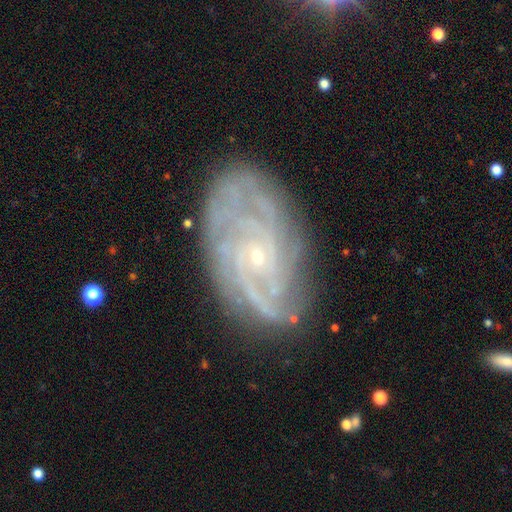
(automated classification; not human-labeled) smooth-or-featured: featured or disk: 84% | smooth: 8% | star or artifact: 8%
  disk-edge-on: no: 96% | yes: 4%
    bar: no: 75% | weak: 20% | strong: 5%
    has-spiral-arms: yes: 96% | no: 4%
      spiral-winding: tight: 66% | medium: 27% | loose: 7%
      spiral-arm-count: can't tell: 31% | 4: 18% | 3: 17% | 2: 14% | more than 4: 12% | 1: 8%
    bulge-size: small: 86% | moderate: 10% | none: 2% | large: 1% | dominant: 1%
  merging: none: 75% | minor disturbance: 17% | major disturbance: 6% | merger: 2%